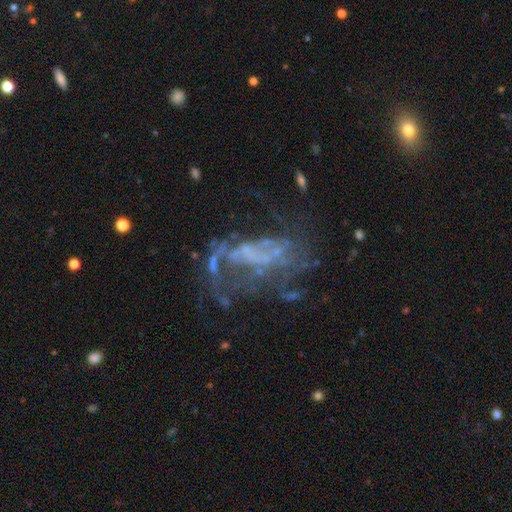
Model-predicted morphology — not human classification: This is likely a featured or disk galaxy (66%). It is clearly not viewed edge-on (96%). Bar: likely no (72%). Spiral arm pattern: likely no (65%). Central bulge: likely none (74%). Merging: marginally major disturbance (43%).